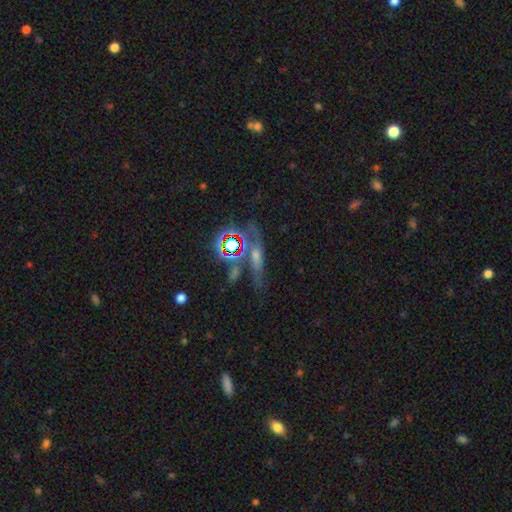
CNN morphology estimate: Smooth or featured? Predicted: star or artifact (p=0.42).